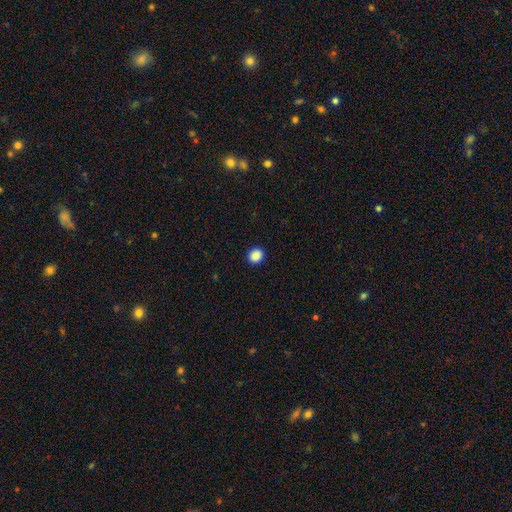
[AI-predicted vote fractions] The model was most divided on "how rounded": round: 84%, in between: 15%, cigar-shaped: 1%. More confident: merging — none (93%); smooth or featured — smooth (89%).